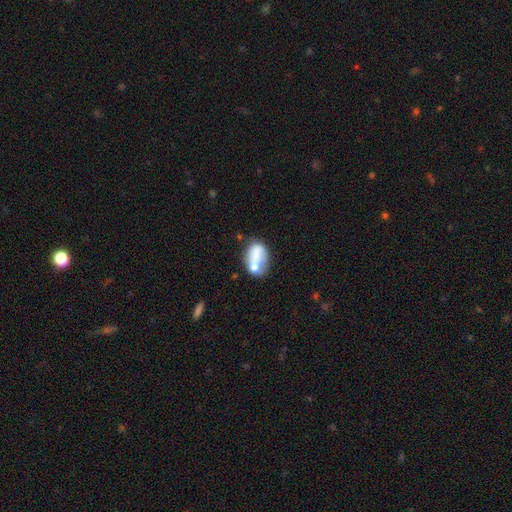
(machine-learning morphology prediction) Overall: smooth (67%). How rounded: in between (83%). Merging: merger (36%; none 32%).